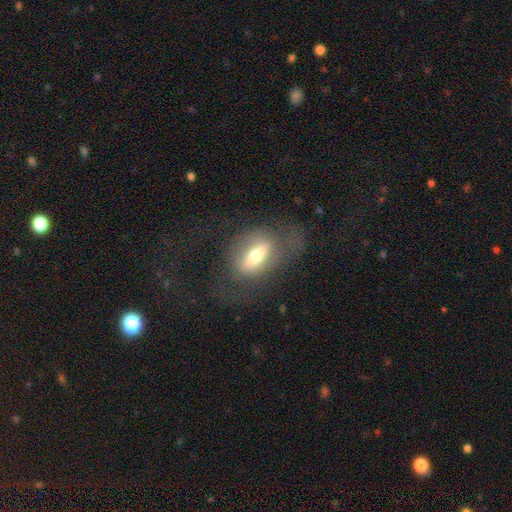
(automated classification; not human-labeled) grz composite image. It shows a smooth galaxy with no disk features (46%). Merging: none (56%).